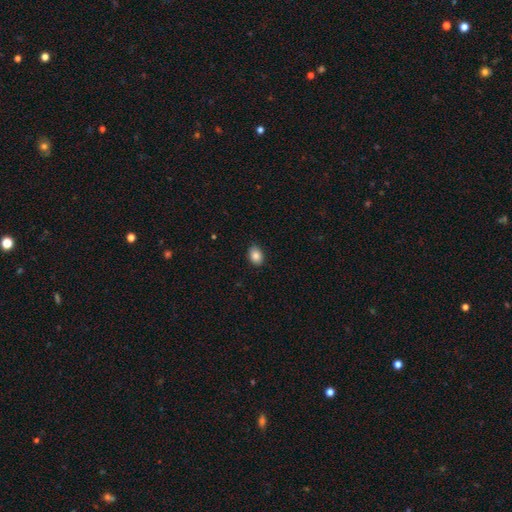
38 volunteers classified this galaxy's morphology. Volunteers were most divided on "how rounded": in between: 68%, round: 32%, cigar-shaped: 0%. More confident: smooth or featured — smooth (89%); merging — none (89%).